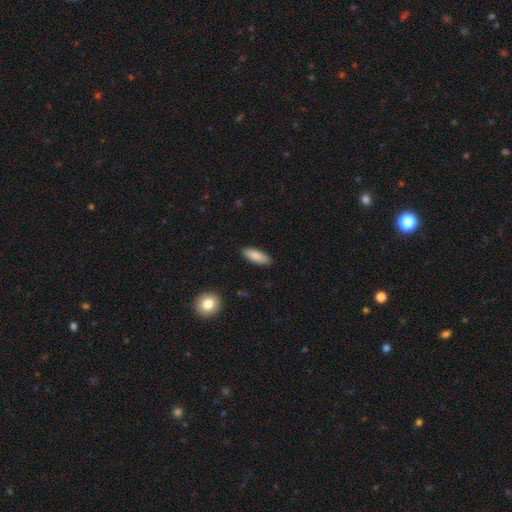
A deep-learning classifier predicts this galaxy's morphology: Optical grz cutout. It shows a smooth galaxy with no disk features (86%) that is in between round and cigar-shaped (66%). Merging: none (88%).